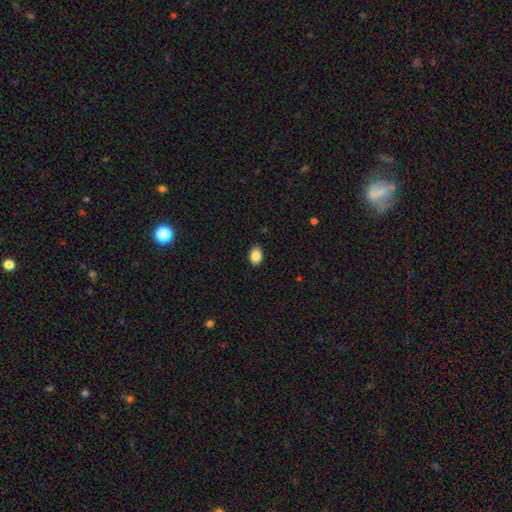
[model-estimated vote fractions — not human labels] Smooth or featured?
  - smooth: 87% *
  - star or artifact: 8%
  - featured or disk: 5%
How rounded?
  - in between: 81% *
  - round: 18%
  - cigar-shaped: 1%
Merging?
  - none: 89% *
  - minor disturbance: 8%
  - major disturbance: 2%
  - merger: 1%